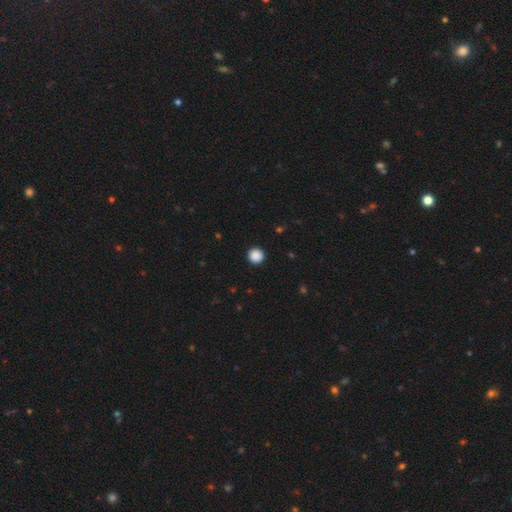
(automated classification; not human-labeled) A smooth galaxy with no disk features (88%) that is round (96%). Merging: none (93%).